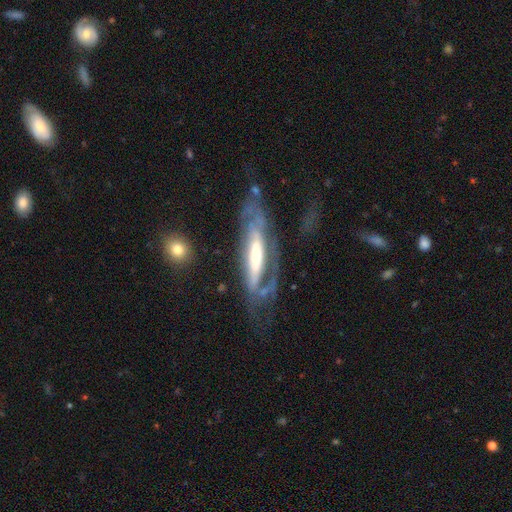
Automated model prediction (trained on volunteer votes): Smooth or featured? Predicted: featured or disk (p=0.73). Edge-on disk? Predicted: no (p=0.63). Merging? Predicted: none (p=0.41).